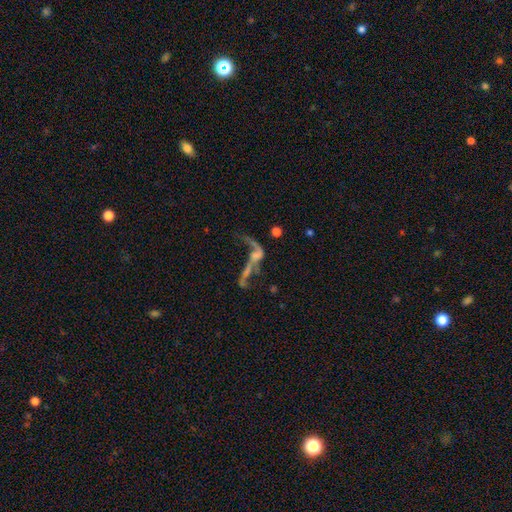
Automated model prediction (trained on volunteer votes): Overall: featured or disk (69%). Edge-on disk: no (87%). Bar: no (60%; weak 25%). Spiral arms: yes (58%; no 42%). Bulge size: none (56%; small 27%). Merging: major disturbance (37%; none 28%).